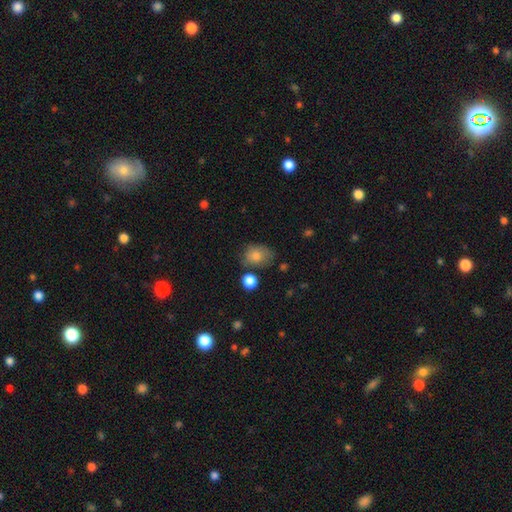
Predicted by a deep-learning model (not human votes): Smooth or featured: smooth — 76% (featured or disk — 13%)
How rounded: in between — 60% (round — 39%)
Merging: none — 59% (minor disturbance — 26%)